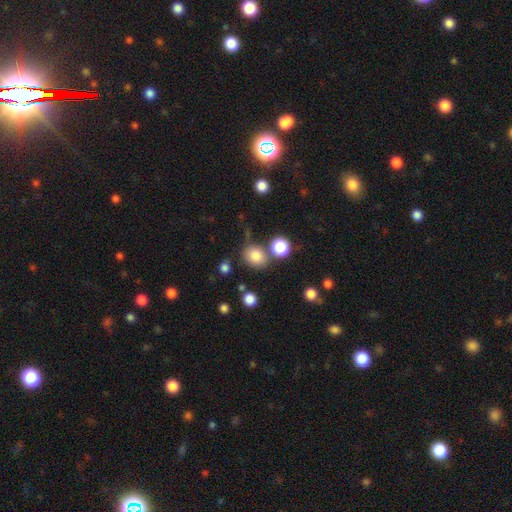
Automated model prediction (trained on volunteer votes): The model was most divided on "how rounded": round: 71%, in between: 28%, cigar-shaped: 1%. More confident: smooth or featured — smooth (81%); merging — none (70%).